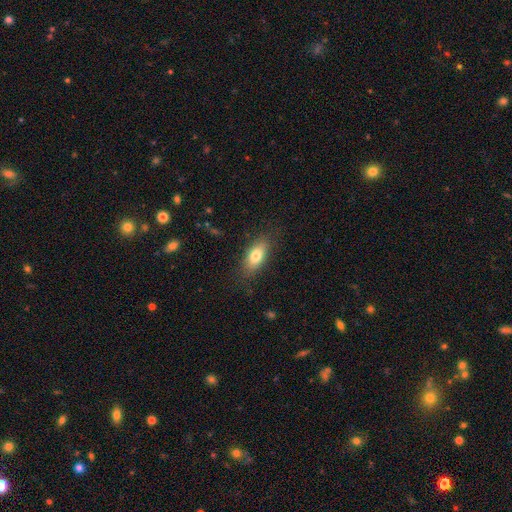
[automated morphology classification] Overall: smooth (76%). How rounded: in between (82%). Merging: none (82%).